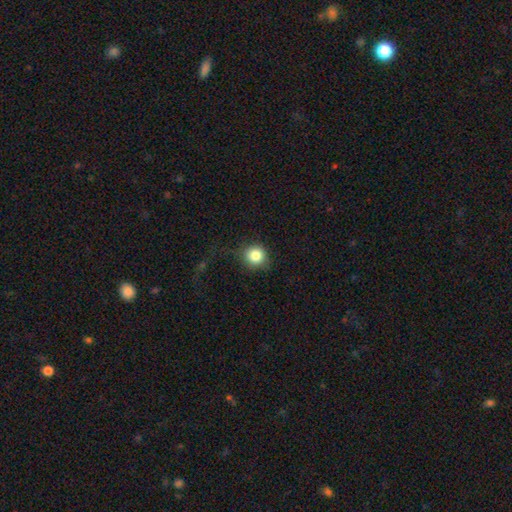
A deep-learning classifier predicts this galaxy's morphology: This appears to be a smooth galaxy with no disk features (85%) that is round (92%). Merging: none (78%).